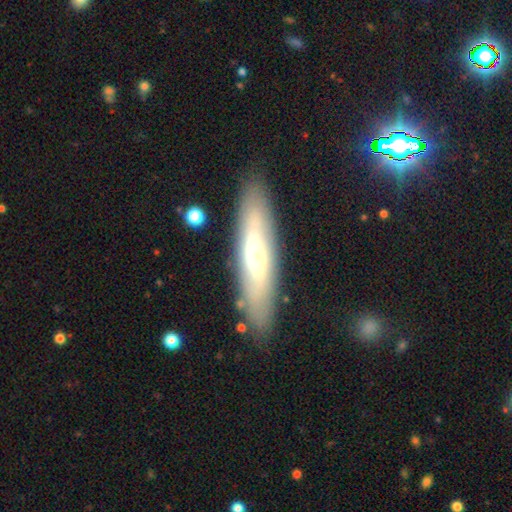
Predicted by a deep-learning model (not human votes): Overall: featured or disk (52%; smooth 41%). Edge-on disk: yes (55%; no 45%). Merging: none (85%).